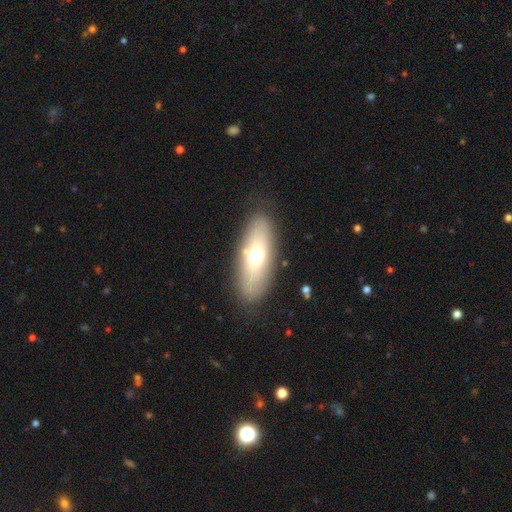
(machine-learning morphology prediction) A smooth galaxy with no disk features (63%) that is in between round and cigar-shaped (74%). Merging: none (82%).